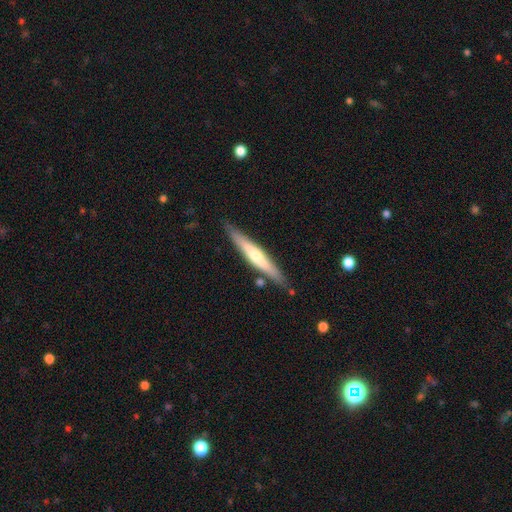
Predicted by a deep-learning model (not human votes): Smooth or featured? featured or disk (53%)
Edge-on disk? yes (95%)
Edge-on bulge? rounded (69%)
Merging? none (85%)